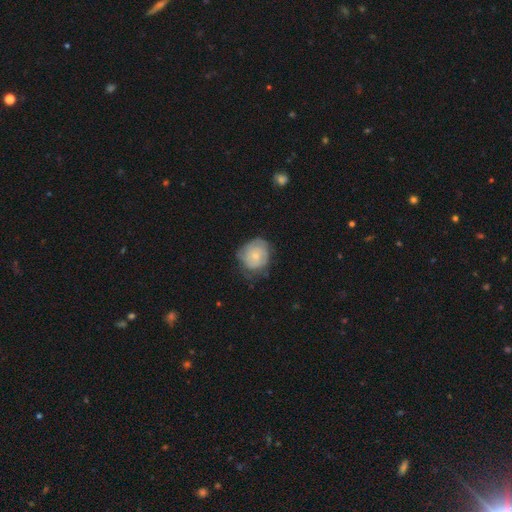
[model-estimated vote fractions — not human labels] This is possibly a featured or disk galaxy (49%). Merging: possibly none (59%).